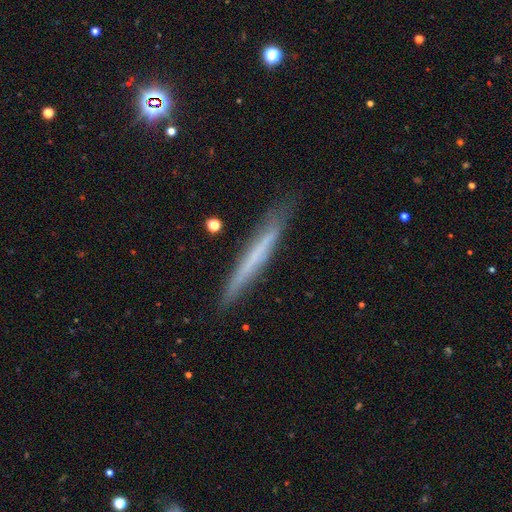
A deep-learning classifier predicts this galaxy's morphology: Smooth or featured?
  - smooth: 46% * (tied)
  - featured or disk: 46% * (tied)
  - star or artifact: 8%
Merging?
  - none: 84% *
  - minor disturbance: 12%
  - major disturbance: 2%
  - merger: 2%